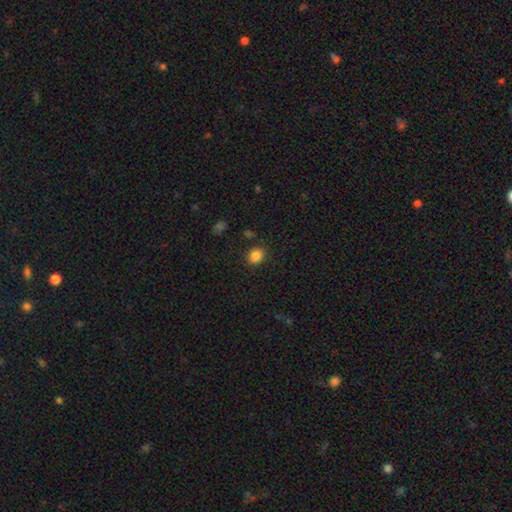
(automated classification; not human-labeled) smooth_or_featured: smooth (p=0.85) [alt: star or artifact p=0.11]
how_rounded: round (p=0.67) [alt: in between p=0.32]
merging: none (p=0.84) [alt: minor disturbance p=0.10]